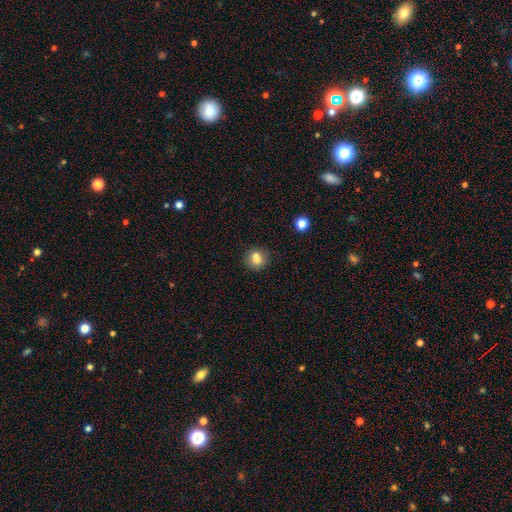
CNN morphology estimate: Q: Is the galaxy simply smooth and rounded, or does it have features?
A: smooth — 77%.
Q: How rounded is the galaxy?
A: round — 69%.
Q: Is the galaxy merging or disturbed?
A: none — 62%.